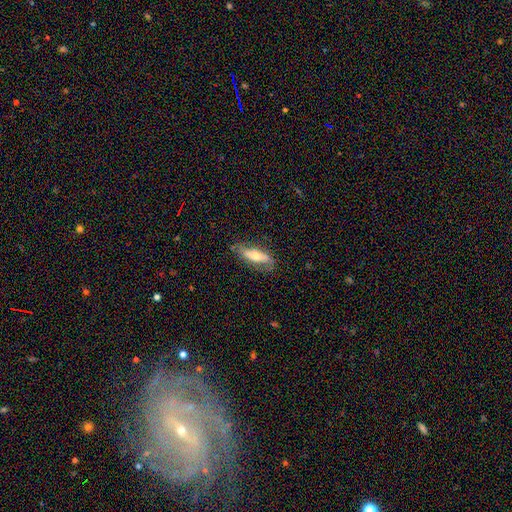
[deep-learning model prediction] A featured or disk galaxy (51%). Merging: none (71%).